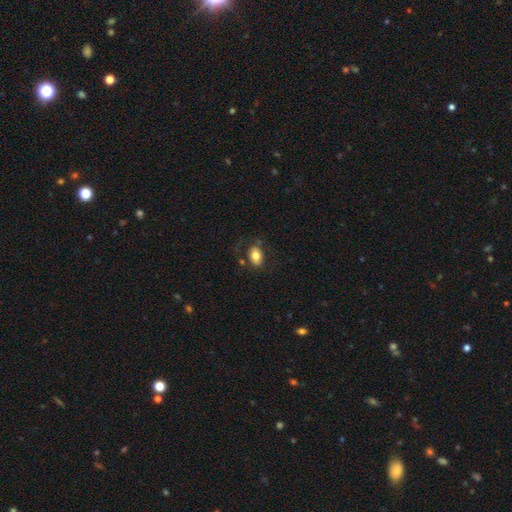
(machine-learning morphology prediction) Smooth or featured? smooth (77%)
How rounded? in between (80%)
Merging? none (73%)